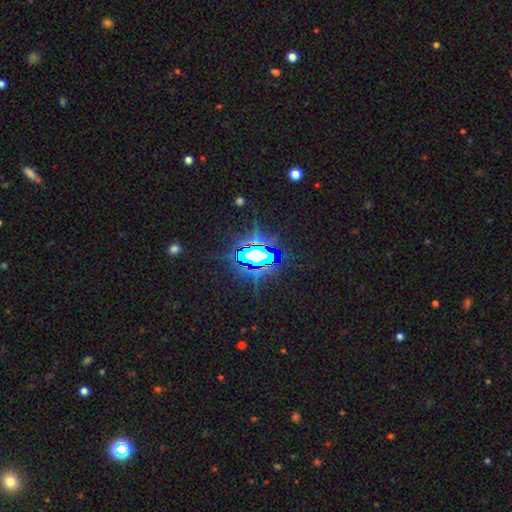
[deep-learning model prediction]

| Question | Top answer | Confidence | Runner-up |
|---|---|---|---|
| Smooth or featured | star or artifact | 79% | featured or disk (11%) |